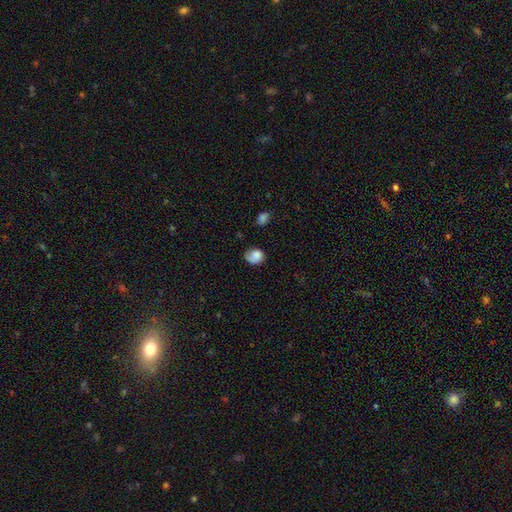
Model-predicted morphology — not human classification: A smooth galaxy with no disk features (73%) that is round (53%). Merging: none (47%).